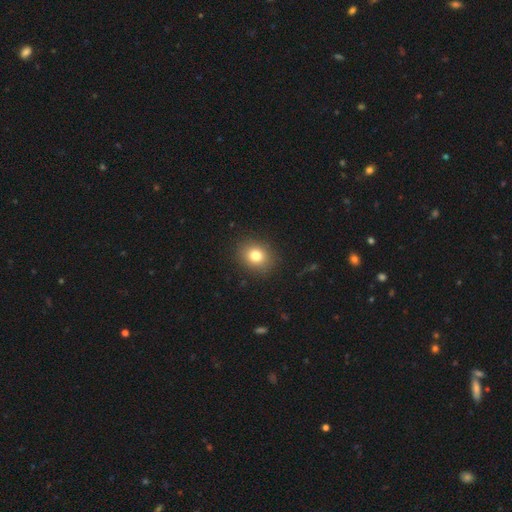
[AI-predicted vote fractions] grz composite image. It shows a smooth galaxy with no disk features (80%) that is round (66%). Merging: none (89%).